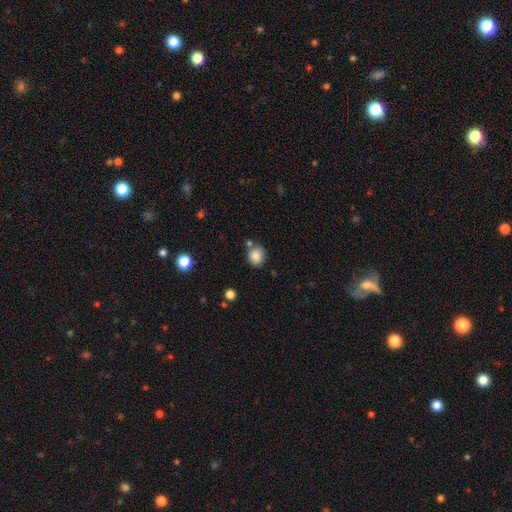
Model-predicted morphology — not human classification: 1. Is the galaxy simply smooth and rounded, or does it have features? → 83% smooth, 10% star or artifact, 7% featured or disk.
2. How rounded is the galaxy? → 71% round, 28% in between, 1% cigar-shaped.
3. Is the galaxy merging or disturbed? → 70% none, 15% minor disturbance, 11% merger, 4% major disturbance.